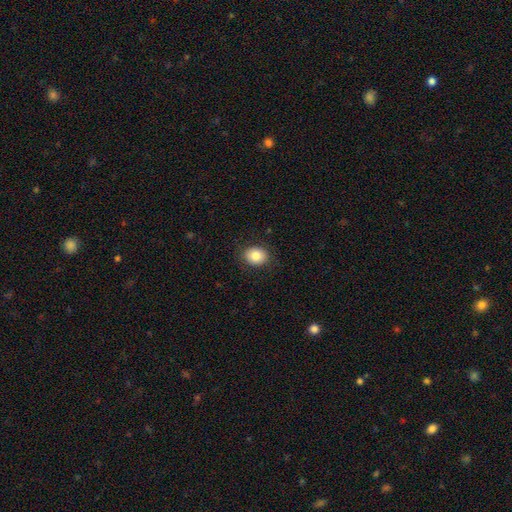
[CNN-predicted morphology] Smooth or featured: smooth — 83% (star or artifact — 9%)
How rounded: round — 55% (in between — 45%)
Merging: none — 88% (minor disturbance — 9%)